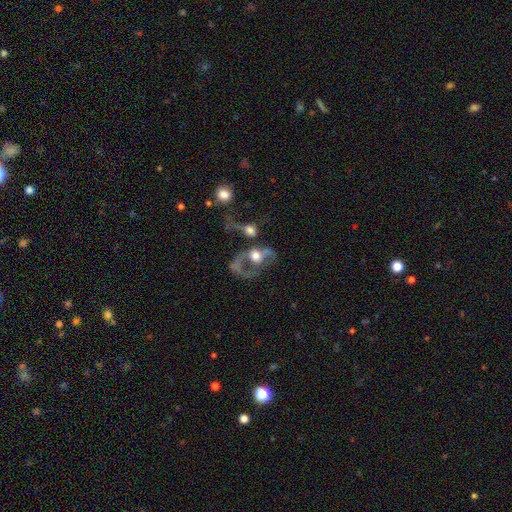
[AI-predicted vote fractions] Morphology: type=featured or disk (55%); edge-on=no (95%); bar=no (83%); spiral arms=no (68%); bulge=moderate (56%); merging=merger (38%).